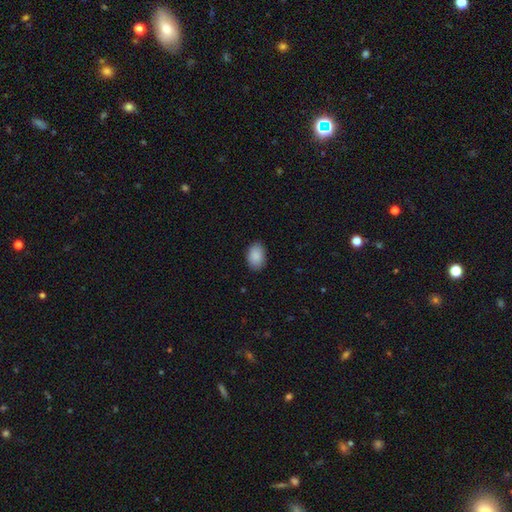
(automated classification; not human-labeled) Morphology: type=smooth (90%); roundness=in between (87%); merging=none (86%).